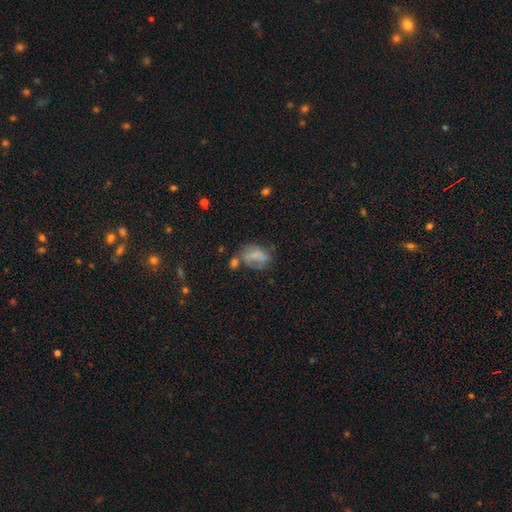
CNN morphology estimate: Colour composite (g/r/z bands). It shows a smooth galaxy with no disk features (60%) that is in between round and cigar-shaped (76%). Merging: none (36%).